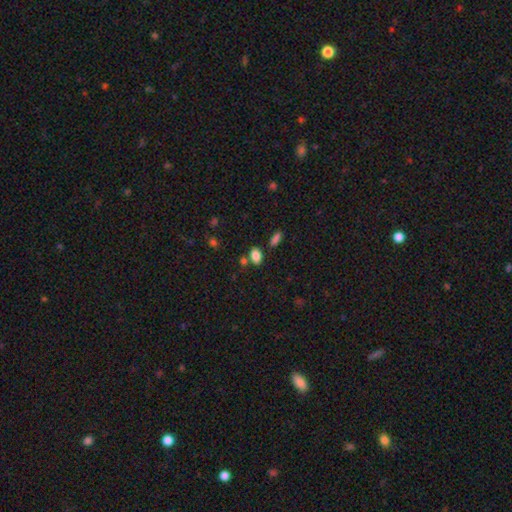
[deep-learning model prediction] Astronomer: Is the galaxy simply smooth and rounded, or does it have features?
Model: smooth — 84%.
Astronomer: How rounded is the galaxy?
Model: in between — 85%.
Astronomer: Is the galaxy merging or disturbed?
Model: none — 71%.